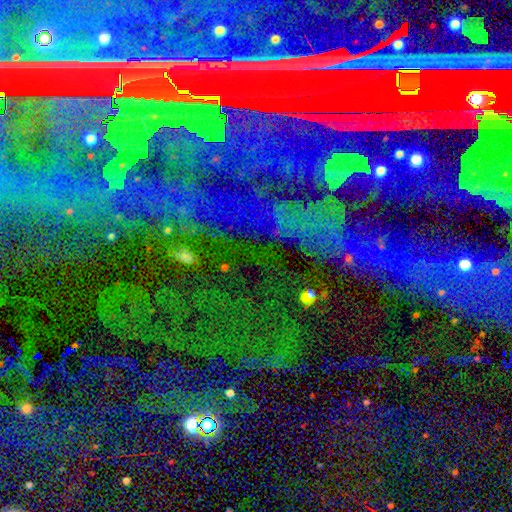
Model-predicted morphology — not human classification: The model was most divided on "smooth or featured": star or artifact: 85%, featured or disk: 8%, smooth: 7%.